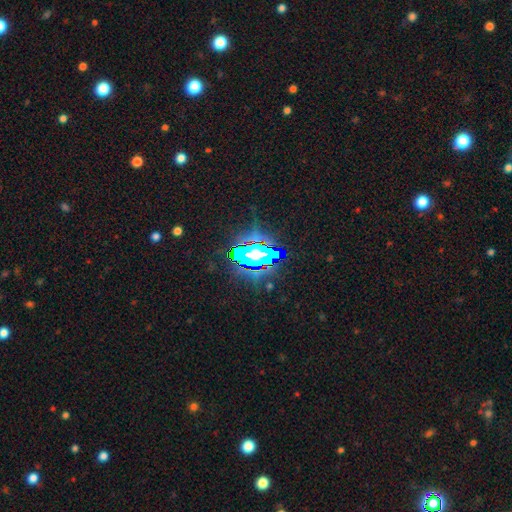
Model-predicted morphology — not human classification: A star or artifact, not a galaxy (68%).

Vote fractions:
- Smooth or featured? star or artifact: 68% / smooth: 16% / featured or disk: 15%